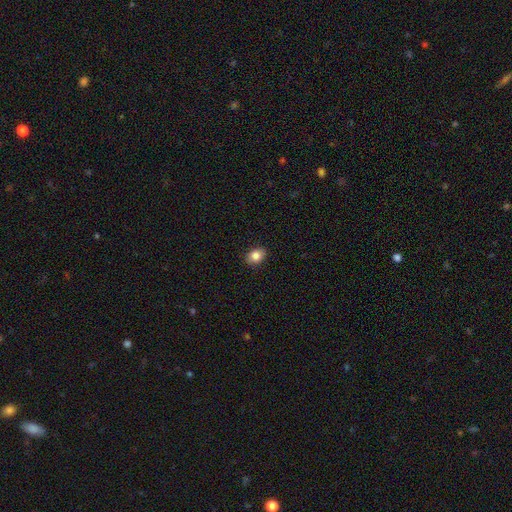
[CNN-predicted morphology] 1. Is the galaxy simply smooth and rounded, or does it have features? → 86% smooth, 9% star or artifact, 5% featured or disk.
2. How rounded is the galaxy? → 70% in between, 29% round, 1% cigar-shaped.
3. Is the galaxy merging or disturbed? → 90% none, 8% minor disturbance, 2% major disturbance, 1% merger.